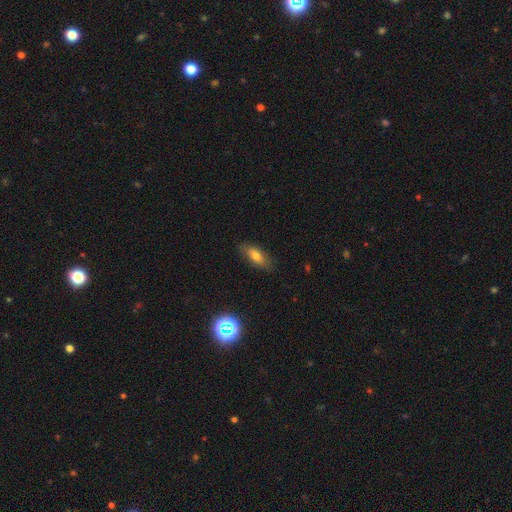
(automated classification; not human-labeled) smooth 70%, featured or disk 20%, star or artifact 10%. Down the decision tree: how rounded — in between (76%); merging — none (80%).